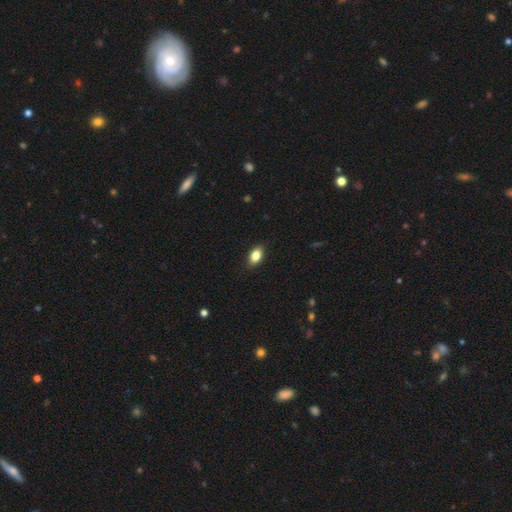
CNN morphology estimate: A smooth galaxy with no disk features (84%) that is in between round and cigar-shaped (88%).

Vote fractions:
- Smooth or featured? smooth: 84% / featured or disk: 8% / star or artifact: 8%
- How rounded? in between: 88% / round: 8% / cigar-shaped: 4%
- Merging? none: 87% / minor disturbance: 10% / major disturbance: 2% / merger: 1%